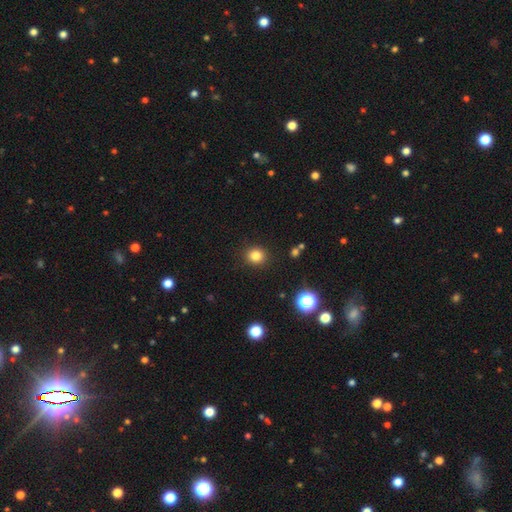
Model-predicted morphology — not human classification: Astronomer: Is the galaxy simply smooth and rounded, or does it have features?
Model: smooth — 82%.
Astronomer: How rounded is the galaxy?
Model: round — 83%.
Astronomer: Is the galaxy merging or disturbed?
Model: none — 90%.